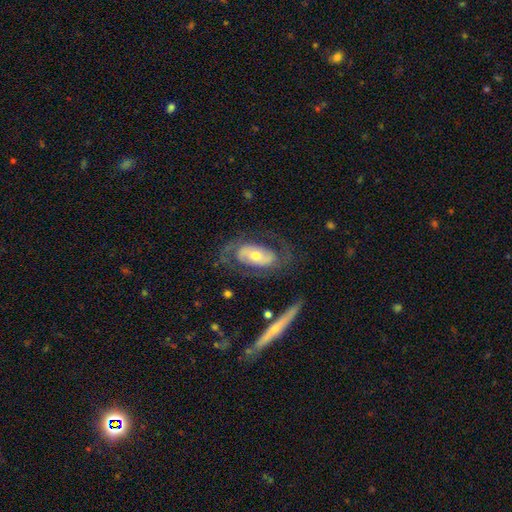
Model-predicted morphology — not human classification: Q: Smooth or featured?
A: featured or disk (73%); runner-up: smooth (21%)
Q: Edge-on disk?
A: no (92%); runner-up: yes (8%)
Q: Bar?
A: no (51%); runner-up: weak (27%)
Q: Spiral arms?
A: yes (81%); runner-up: no (19%)
Q: Spiral winding?
A: medium (45%); runner-up: tight (32%)
Q: Spiral arm count?
A: 2 (81%); runner-up: can't tell (11%)
Q: Bulge size?
A: moderate (49%); runner-up: small (43%)
Q: Merging?
A: none (65%); runner-up: major disturbance (17%)